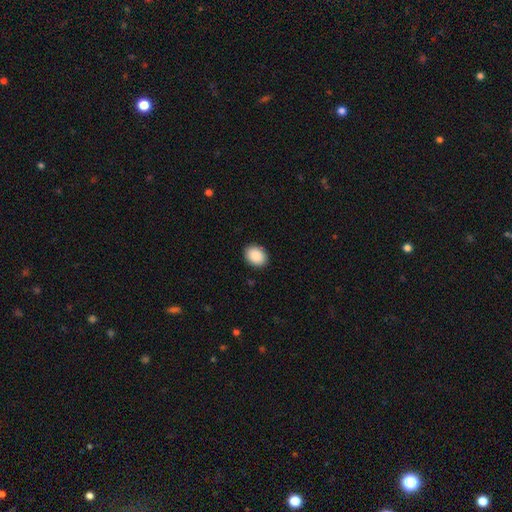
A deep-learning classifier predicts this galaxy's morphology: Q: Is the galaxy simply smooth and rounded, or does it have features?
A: smooth — 90%.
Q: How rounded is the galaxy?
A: in between — 70%.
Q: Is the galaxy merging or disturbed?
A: none — 89%.